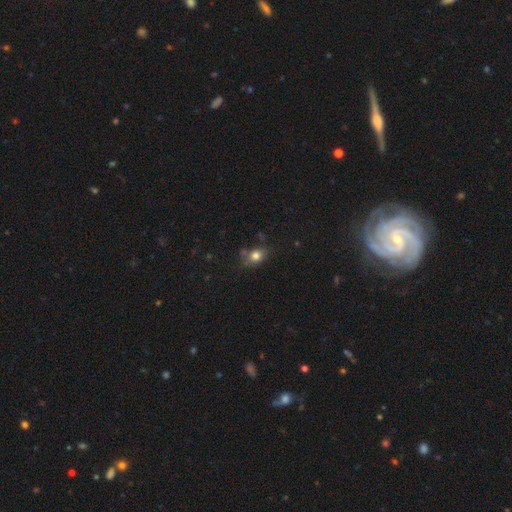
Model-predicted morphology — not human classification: Smooth or featured: smooth — 80% (star or artifact — 12%)
How rounded: in between — 50% (round — 49%)
Merging: none — 67% (minor disturbance — 19%)